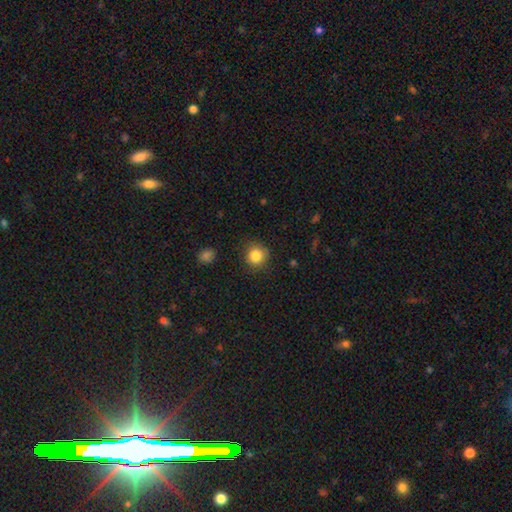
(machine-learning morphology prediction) smooth_or_featured: smooth (p=0.84) [alt: star or artifact p=0.11]
how_rounded: round (p=0.90) [alt: in between p=0.09]
merging: none (p=0.85) [alt: minor disturbance p=0.11]